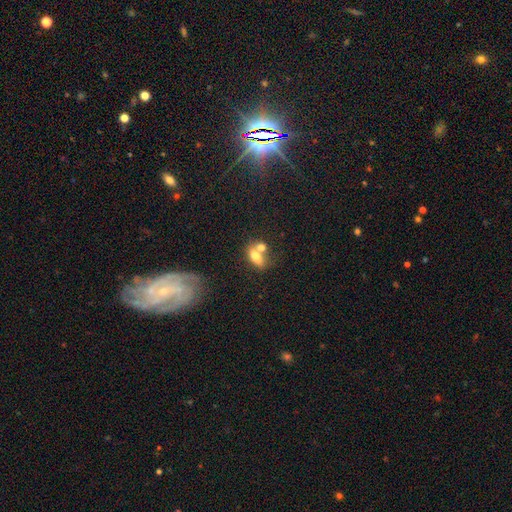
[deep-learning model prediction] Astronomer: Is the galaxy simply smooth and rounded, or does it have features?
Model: smooth — 70%.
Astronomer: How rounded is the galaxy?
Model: in between — 78%.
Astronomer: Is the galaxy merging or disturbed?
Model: merger — 46% (runner-up: none, 37%).